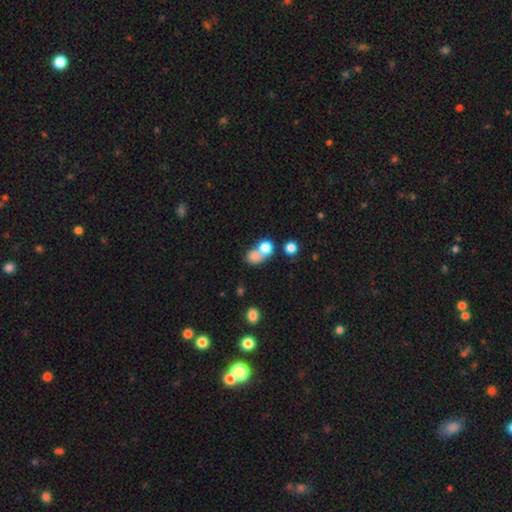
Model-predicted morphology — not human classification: Overall: smooth (76%). How rounded: round (62%; in between 36%). Merging: merger (59%; none 27%).